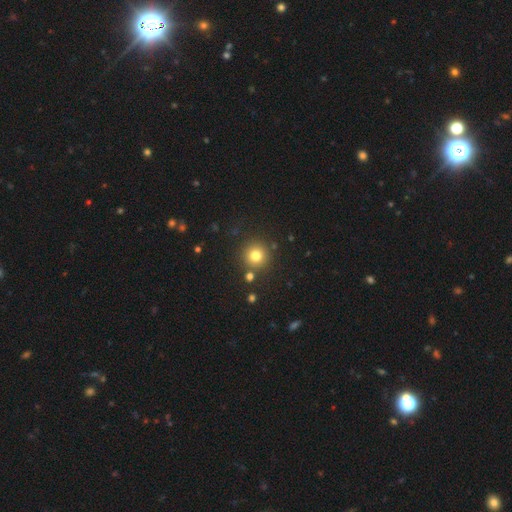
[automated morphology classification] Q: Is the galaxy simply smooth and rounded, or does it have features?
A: smooth — 79%.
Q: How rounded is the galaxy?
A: round — 95%.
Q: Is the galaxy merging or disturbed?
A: none — 86%.